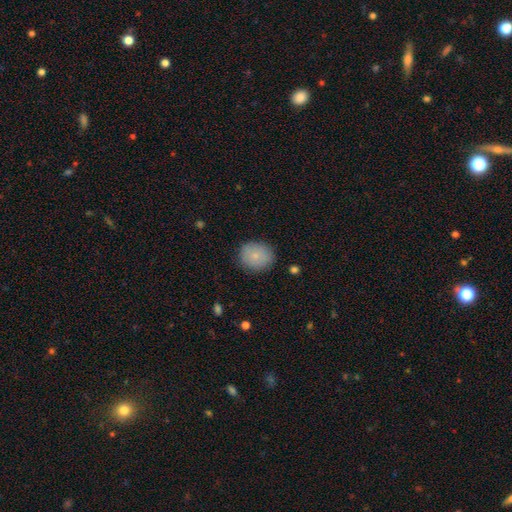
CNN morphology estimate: smooth 82%, featured or disk 10%, star or artifact 8%. Down the decision tree: how rounded — round (73%); merging — none (86%).